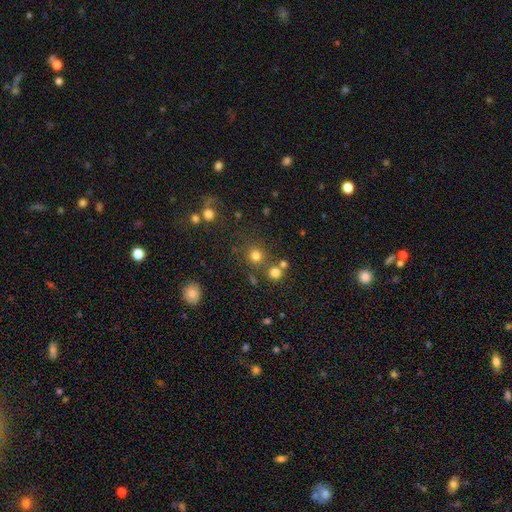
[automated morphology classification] smooth-or-featured: smooth: 77% | star or artifact: 16% | featured or disk: 6%
  how-rounded: round: 92% | in between: 7% | cigar-shaped: 1%
  merging: none: 74% | merger: 14% | minor disturbance: 8% | major disturbance: 4%